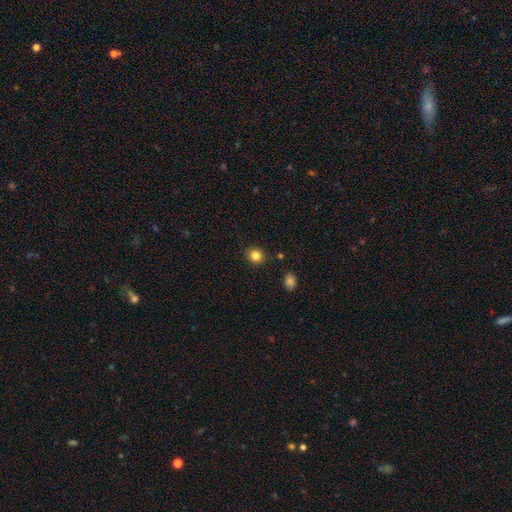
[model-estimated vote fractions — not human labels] Smooth or featured? Predicted: smooth (p=0.83). How rounded? Predicted: round (p=0.79). Merging? Predicted: none (p=0.88).